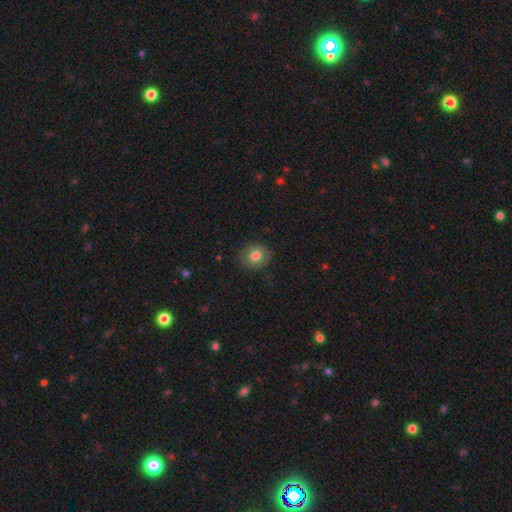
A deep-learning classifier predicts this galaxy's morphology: Smooth or featured? smooth (76%)
How rounded? round (69%)
Merging? none (85%)